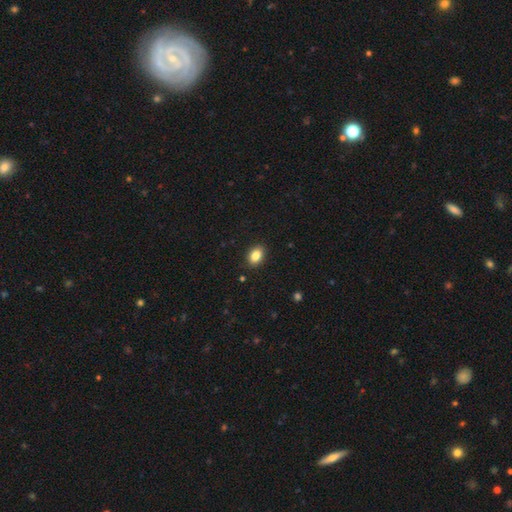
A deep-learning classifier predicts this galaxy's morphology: Smooth or featured? Predicted: smooth (p=0.85). How rounded? Predicted: in between (p=0.79). Merging? Predicted: none (p=0.88).